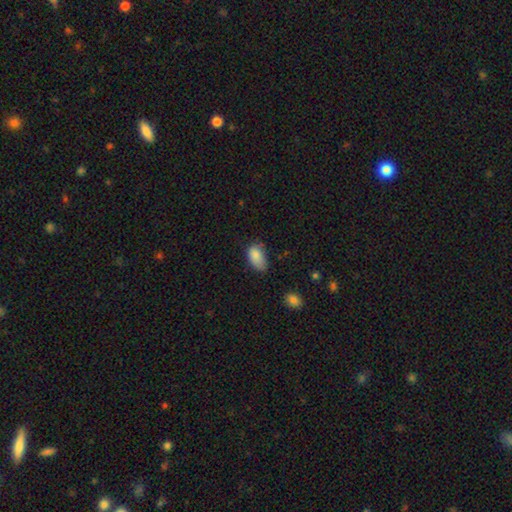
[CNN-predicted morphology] smooth_or_featured: smooth (p=0.85) [alt: star or artifact p=0.08]
how_rounded: in between (p=0.92) [alt: round p=0.06]
merging: none (p=0.48) [alt: minor disturbance p=0.39]